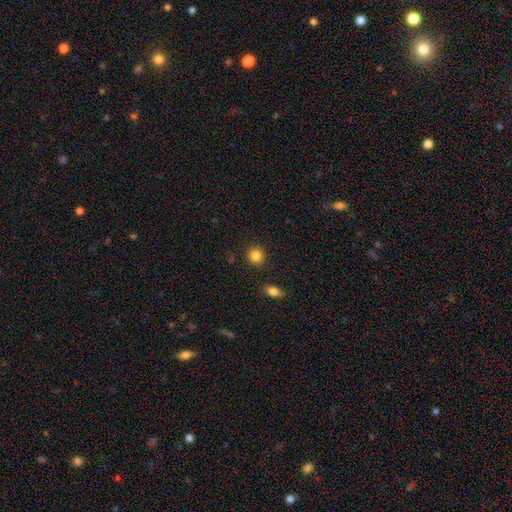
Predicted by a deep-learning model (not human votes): Q: Smooth or featured?
A: smooth (85%); runner-up: star or artifact (10%)
Q: How rounded?
A: round (89%); runner-up: in between (10%)
Q: Merging?
A: none (90%); runner-up: minor disturbance (6%)